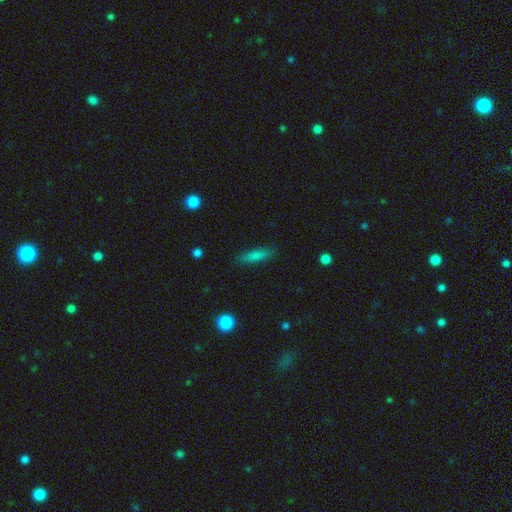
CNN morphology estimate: smooth 81%, featured or disk 12%, star or artifact 8%. Down the decision tree: how rounded — cigar-shaped (68%); merging — none (85%).